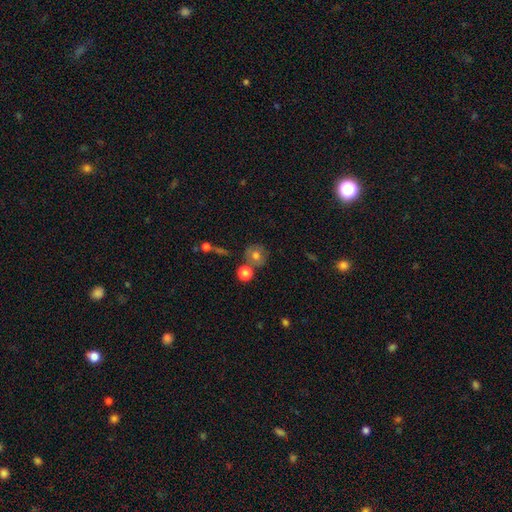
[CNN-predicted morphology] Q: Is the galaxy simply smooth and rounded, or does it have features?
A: smooth — 68%.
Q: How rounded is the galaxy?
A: round — 84%.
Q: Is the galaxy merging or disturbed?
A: none — 66%.